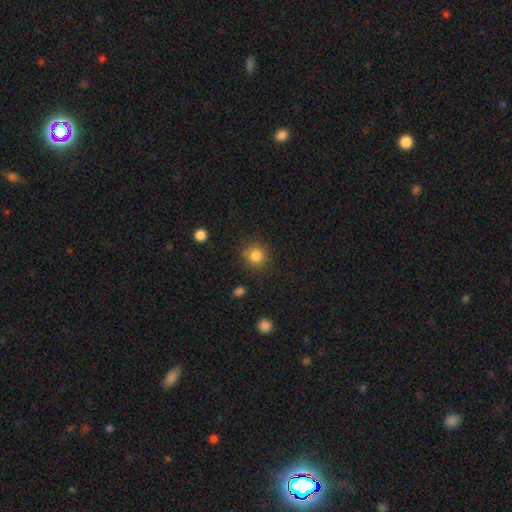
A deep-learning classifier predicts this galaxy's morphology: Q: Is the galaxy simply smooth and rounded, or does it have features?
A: smooth — 84%.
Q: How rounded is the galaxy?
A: round — 89%.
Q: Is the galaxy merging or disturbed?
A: none — 81%.